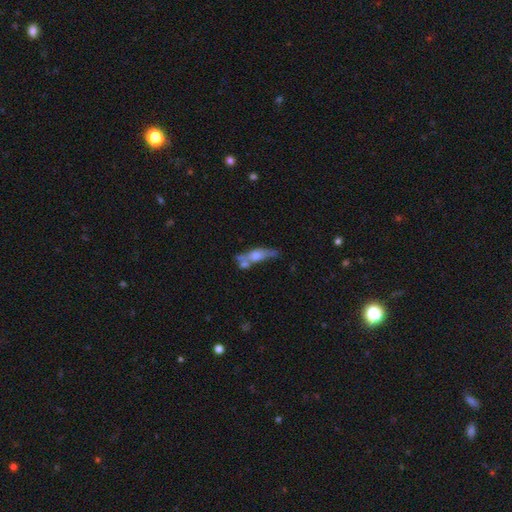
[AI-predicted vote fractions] This appears to be a featured or disk galaxy (50%). Merging: none (38%).